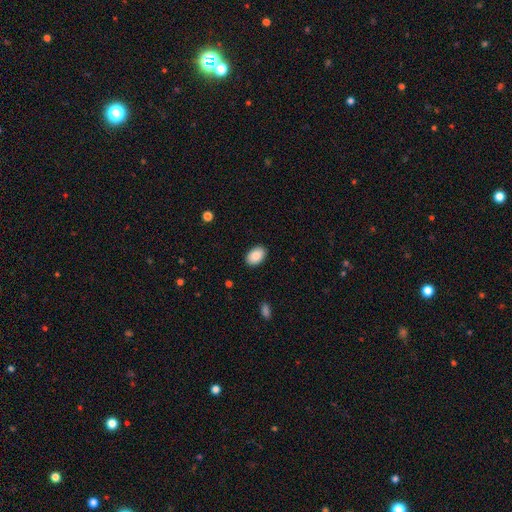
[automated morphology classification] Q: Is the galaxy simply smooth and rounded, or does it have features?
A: smooth — 88%.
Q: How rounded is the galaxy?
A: in between — 91%.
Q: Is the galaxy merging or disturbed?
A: none — 89%.